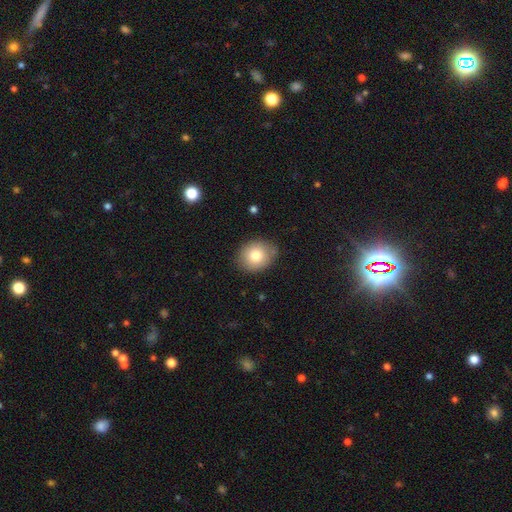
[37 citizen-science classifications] Volunteers were most divided on "how rounded": round: 62%, in between: 38%, cigar-shaped: 0%. More confident: merging — none (88%); smooth or featured — smooth (78%).